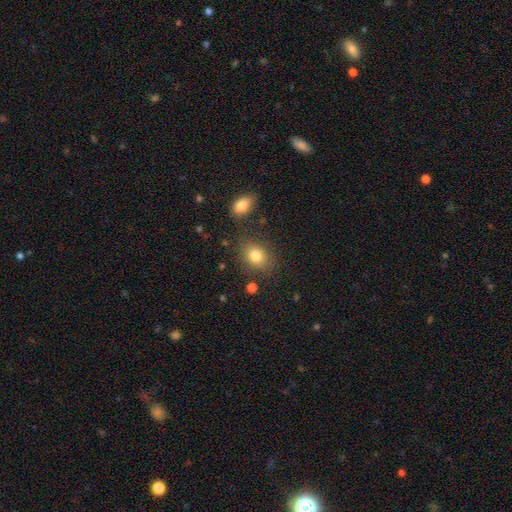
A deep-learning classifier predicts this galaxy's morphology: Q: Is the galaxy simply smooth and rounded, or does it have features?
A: smooth — 81%.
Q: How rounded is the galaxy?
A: in between — 59%.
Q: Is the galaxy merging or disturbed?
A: none — 78%.